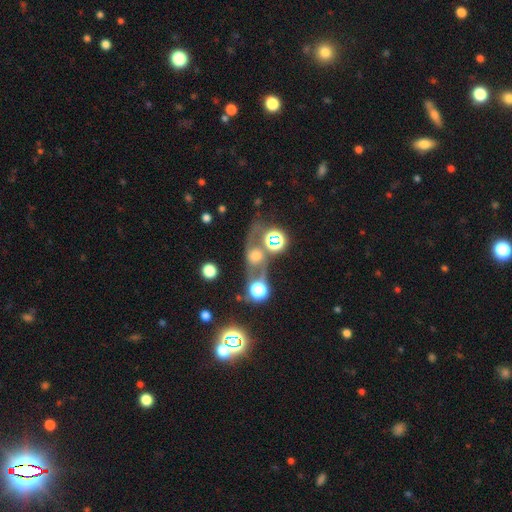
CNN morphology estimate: Overall: featured or disk (48%; smooth 30%). Merging: none (42%; merger 27%).